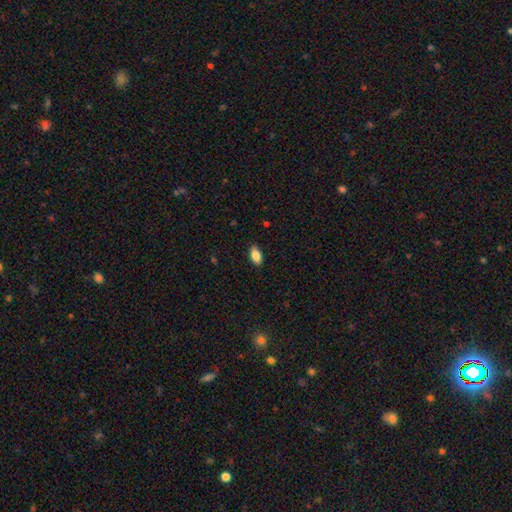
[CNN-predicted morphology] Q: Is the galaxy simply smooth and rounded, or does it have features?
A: smooth — 86%.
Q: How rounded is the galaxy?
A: in between — 92%.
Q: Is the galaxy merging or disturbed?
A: none — 88%.